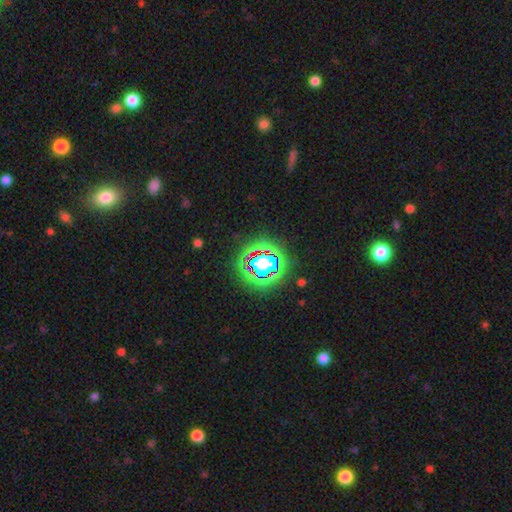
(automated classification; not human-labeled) This is likely a star or artifact rather than a galaxy (66%).